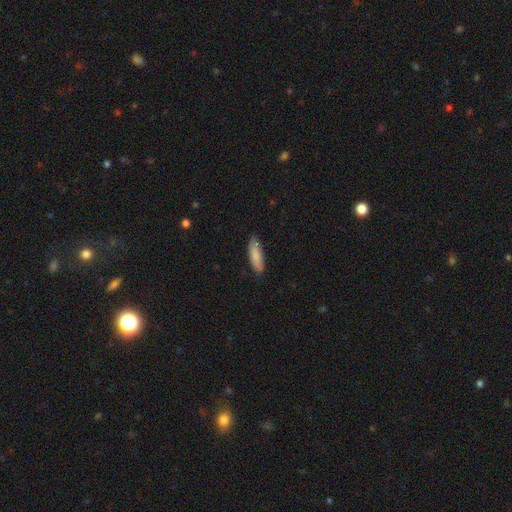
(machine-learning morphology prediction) Overall: smooth (84%). How rounded: in between (55%; cigar-shaped 43%). Merging: none (84%).